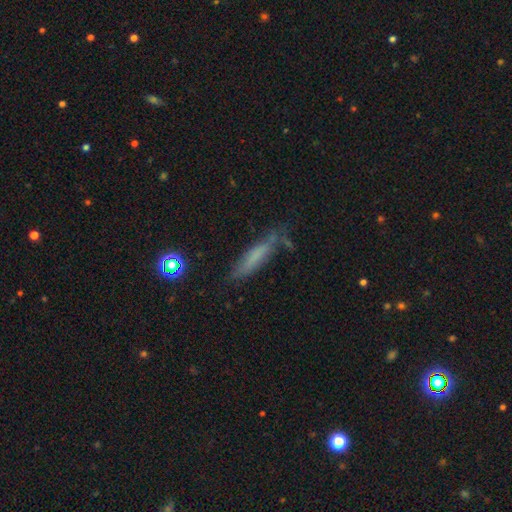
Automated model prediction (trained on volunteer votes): smooth 60%, featured or disk 27%, star or artifact 12%. Down the decision tree: how rounded — cigar-shaped (82%); merging — none (63%).